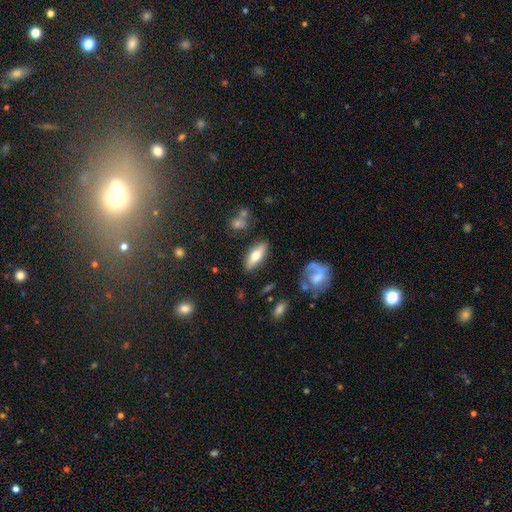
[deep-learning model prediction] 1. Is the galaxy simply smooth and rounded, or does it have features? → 58% smooth, 35% featured or disk, 7% star or artifact.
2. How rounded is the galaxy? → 65% in between, 32% cigar-shaped, 3% round.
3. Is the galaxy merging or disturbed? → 82% none, 12% minor disturbance, 3% major disturbance, 3% merger.